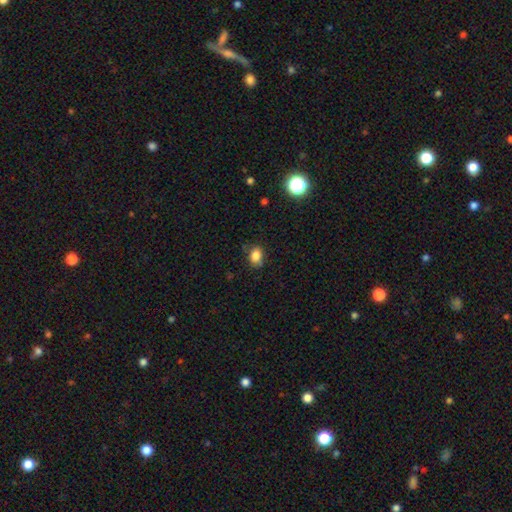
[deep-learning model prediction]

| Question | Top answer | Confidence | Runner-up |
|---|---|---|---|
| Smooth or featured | smooth | 84% | star or artifact (10%) |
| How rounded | in between | 64% | round (35%) |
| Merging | none | 77% | minor disturbance (17%) |